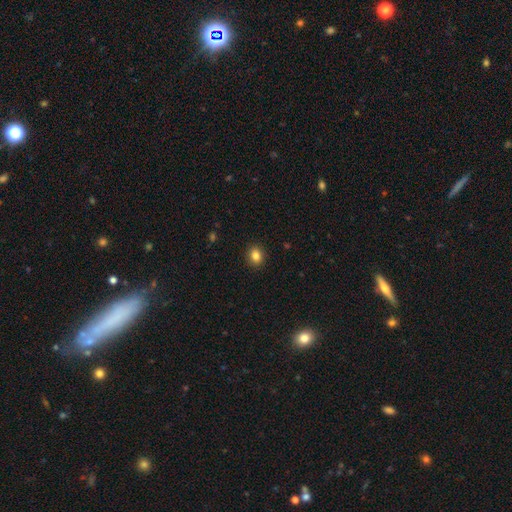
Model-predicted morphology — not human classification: This appears to be a smooth galaxy with no disk features (84%) that is round (59%). Merging: none (91%).